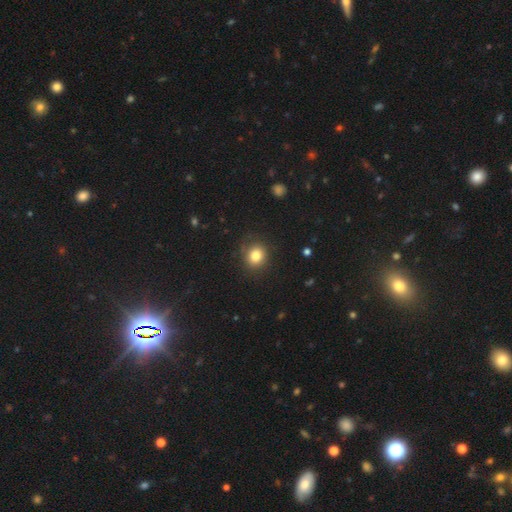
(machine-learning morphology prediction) Overall: smooth (82%). How rounded: round (79%). Merging: none (83%).